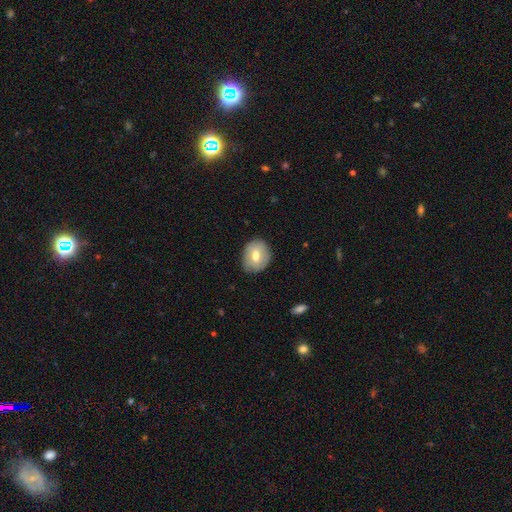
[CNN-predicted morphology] The model was most divided on "how rounded": in between: 54%, round: 45%, cigar-shaped: 1%. More confident: merging — none (81%); smooth or featured — smooth (64%).